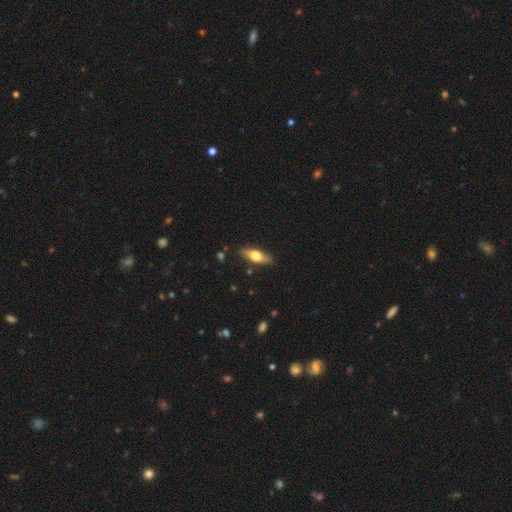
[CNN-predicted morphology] Smooth or featured? smooth (60%)
How rounded? in between (62%)
Merging? none (84%)